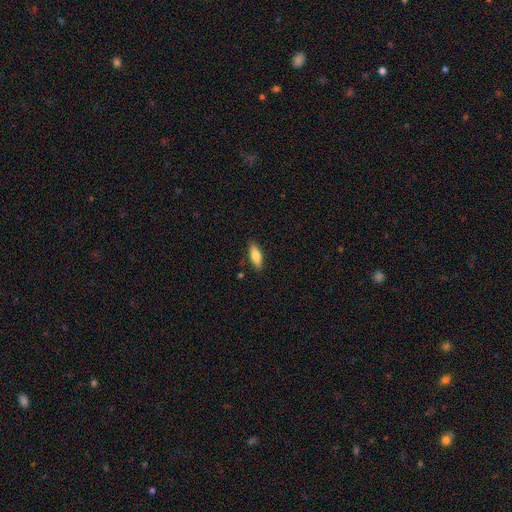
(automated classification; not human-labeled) Smooth or featured?
  - smooth: 79% *
  - featured or disk: 14%
  - star or artifact: 6%
How rounded?
  - in between: 64% *
  - cigar-shaped: 34%
  - round: 2%
Merging?
  - none: 86% *
  - minor disturbance: 10%
  - major disturbance: 2%
  - merger: 2%